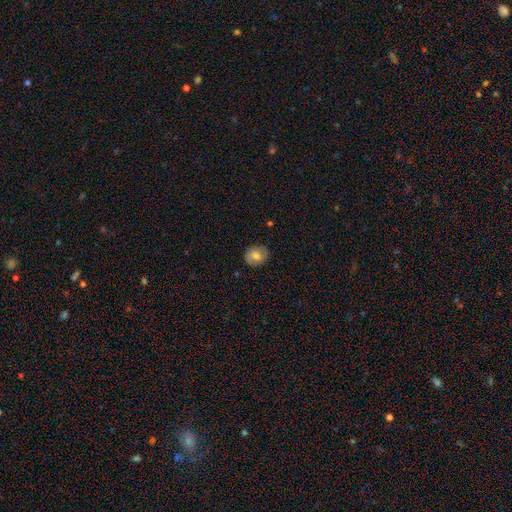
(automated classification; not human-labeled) smooth-or-featured: smooth: 59% | featured or disk: 33% | star or artifact: 8%
  how-rounded: round: 67% | in between: 32% | cigar-shaped: 1%
  merging: none: 84% | minor disturbance: 12% | major disturbance: 3% | merger: 1%